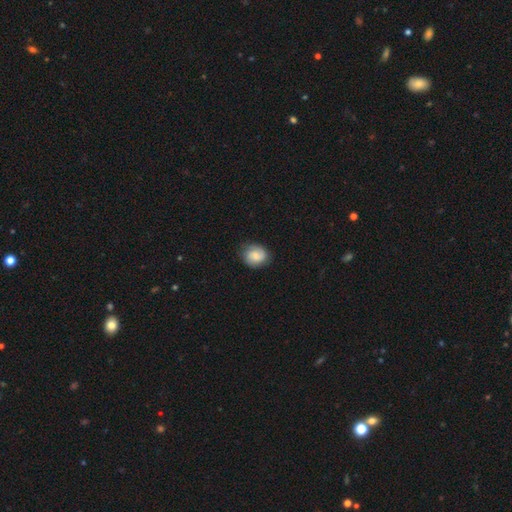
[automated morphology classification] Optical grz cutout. It shows a smooth galaxy with no disk features (65%) that is round (67%). Merging: none (78%).